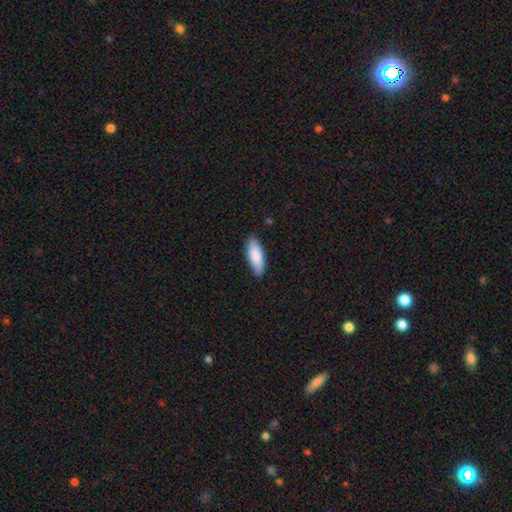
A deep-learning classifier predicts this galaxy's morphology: Overall: smooth (87%). How rounded: in between (69%). Merging: none (83%).